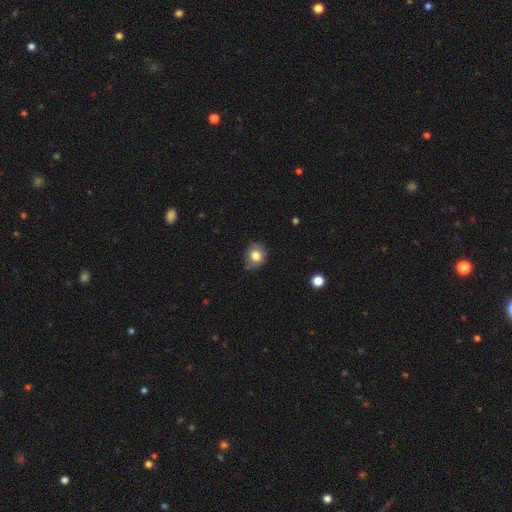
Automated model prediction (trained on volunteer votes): Overall: smooth (79%). How rounded: round (68%; in between 31%). Merging: none (72%).